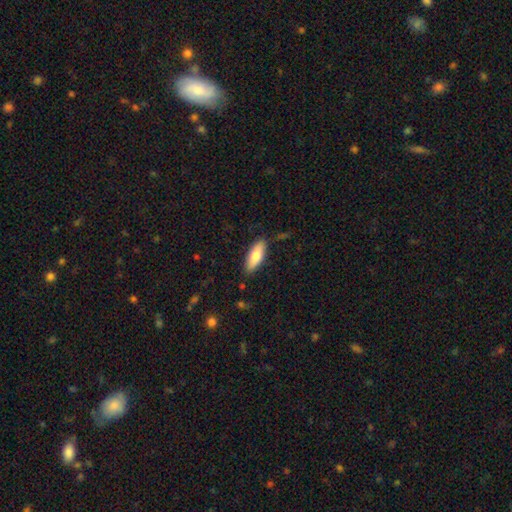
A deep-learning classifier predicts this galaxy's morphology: smooth-or-featured: smooth: 76% | featured or disk: 18% | star or artifact: 6%
  how-rounded: in between: 71% | cigar-shaped: 27% | round: 2%
  merging: none: 85% | minor disturbance: 12% | major disturbance: 2% | merger: 2%